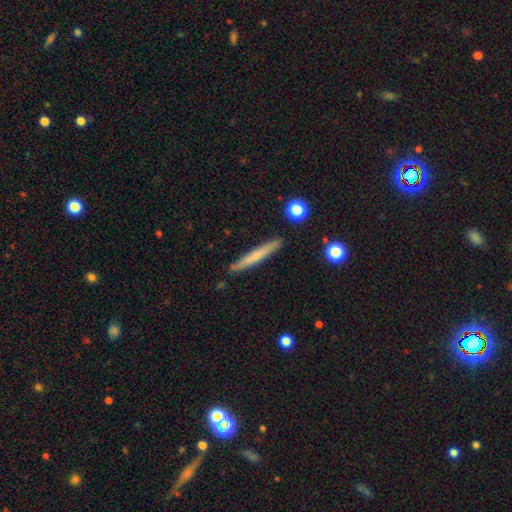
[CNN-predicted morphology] Q: Smooth or featured?
A: smooth (56%); runner-up: featured or disk (37%)
Q: How rounded?
A: cigar-shaped (96%); runner-up: in between (3%)
Q: Merging?
A: none (90%); runner-up: minor disturbance (7%)